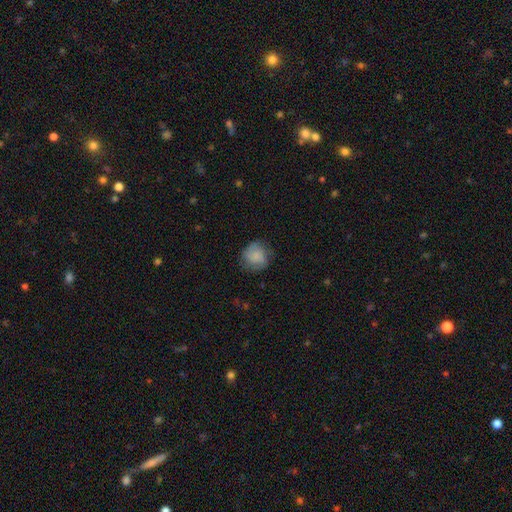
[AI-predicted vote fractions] This appears to be a smooth galaxy with no disk features (65%) that is round (83%). Merging: none (72%).